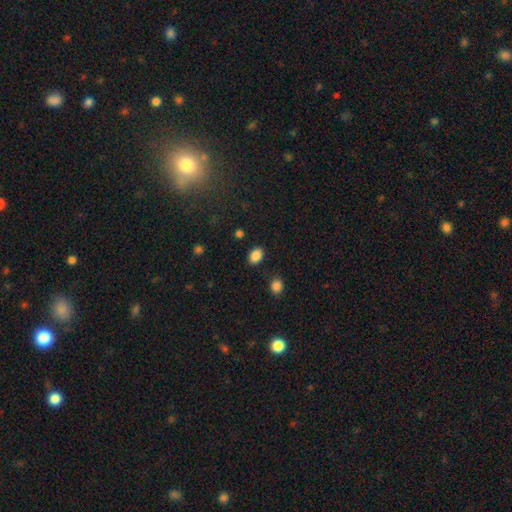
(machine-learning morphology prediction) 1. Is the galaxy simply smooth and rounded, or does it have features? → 87% smooth, 9% star or artifact, 4% featured or disk.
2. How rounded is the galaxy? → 74% in between, 25% round, 1% cigar-shaped.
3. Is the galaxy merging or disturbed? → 85% none, 10% minor disturbance, 3% major disturbance, 3% merger.